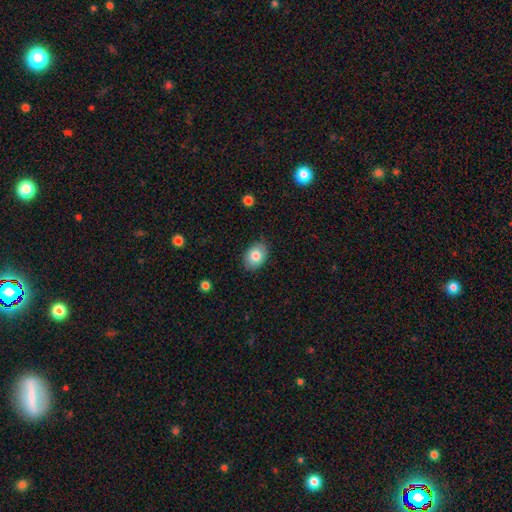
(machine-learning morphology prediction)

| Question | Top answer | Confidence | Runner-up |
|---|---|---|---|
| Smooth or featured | smooth | 81% | featured or disk (11%) |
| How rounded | in between | 78% | round (21%) |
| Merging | none | 84% | minor disturbance (13%) |